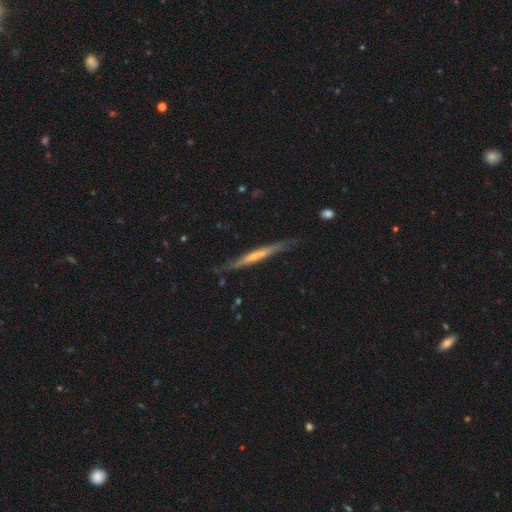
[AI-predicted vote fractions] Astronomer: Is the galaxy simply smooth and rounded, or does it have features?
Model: featured or disk — 59% (runner-up: smooth, 35%).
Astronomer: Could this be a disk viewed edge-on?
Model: yes — 93%.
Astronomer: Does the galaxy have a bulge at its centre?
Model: none — 59%.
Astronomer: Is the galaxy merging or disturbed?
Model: none — 79%.